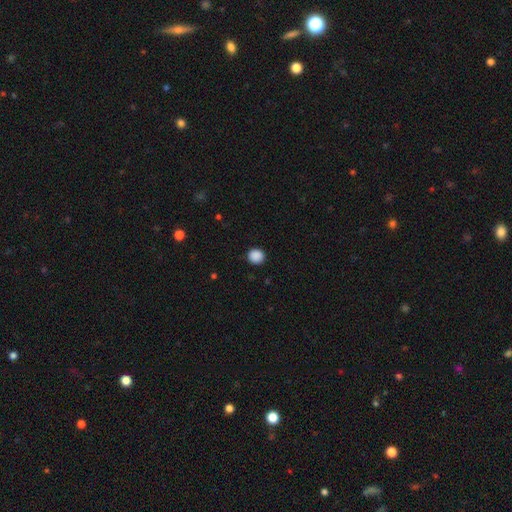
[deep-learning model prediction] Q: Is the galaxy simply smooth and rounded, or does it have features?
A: smooth — 89%.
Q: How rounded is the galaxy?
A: round — 87%.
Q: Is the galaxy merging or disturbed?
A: none — 91%.